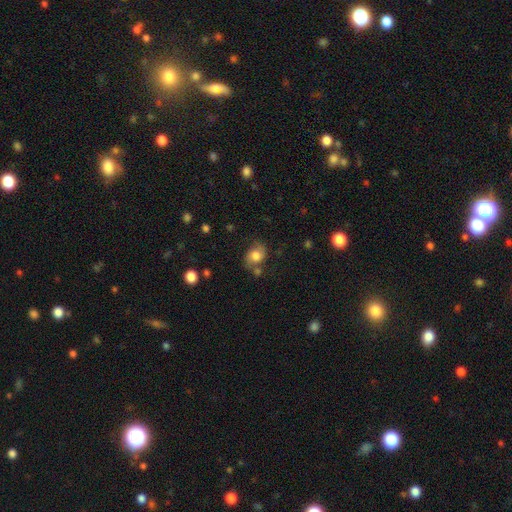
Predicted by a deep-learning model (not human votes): Smooth or featured?
  - smooth: 59% *
  - featured or disk: 30%
  - star or artifact: 10%
How rounded?
  - round: 49% * (tied)
  - in between: 49% * (tied)
  - cigar-shaped: 1%
Merging?
  - none: 59% *
  - minor disturbance: 23%
  - major disturbance: 9%
  - merger: 9%